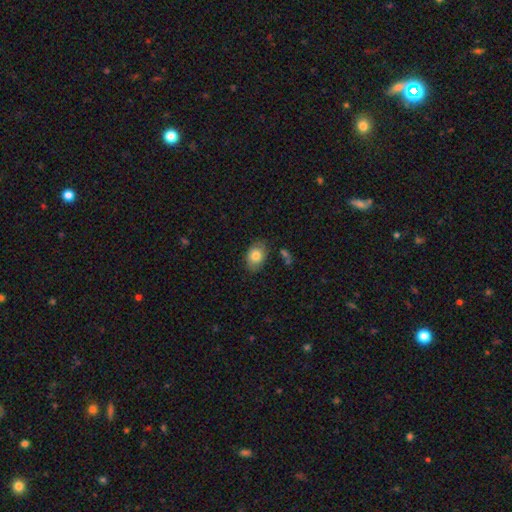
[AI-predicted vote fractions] A smooth galaxy with no disk features (80%) that is in between round and cigar-shaped (79%). Merging: none (76%).